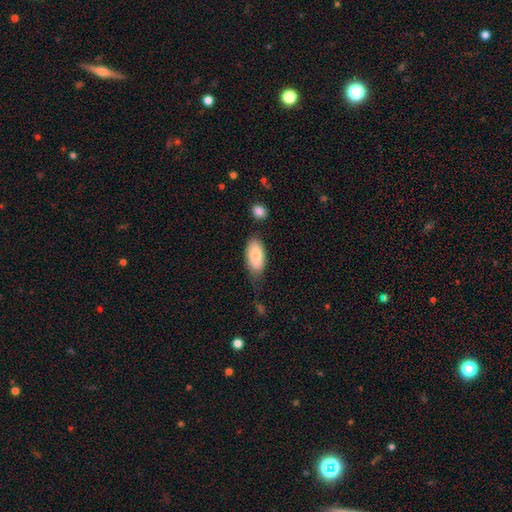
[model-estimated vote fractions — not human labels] This is clearly a smooth galaxy (82%). How rounded: clearly in between (92%). Merging: possibly none (56%).